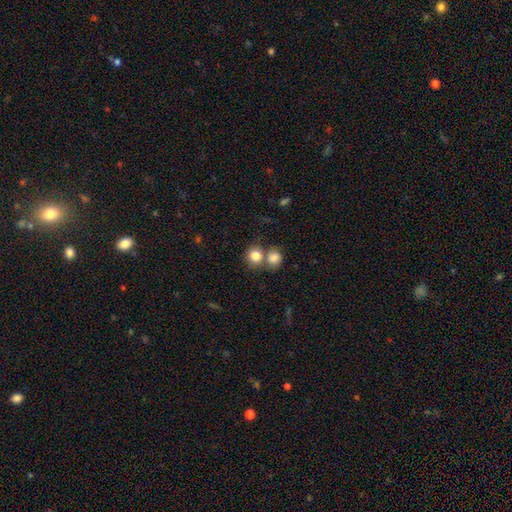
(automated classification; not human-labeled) smooth-or-featured: smooth: 83% | star or artifact: 10% | featured or disk: 8%
  how-rounded: round: 84% | in between: 15% | cigar-shaped: 1%
  merging: none: 49% | merger: 40% | minor disturbance: 8% | major disturbance: 4%